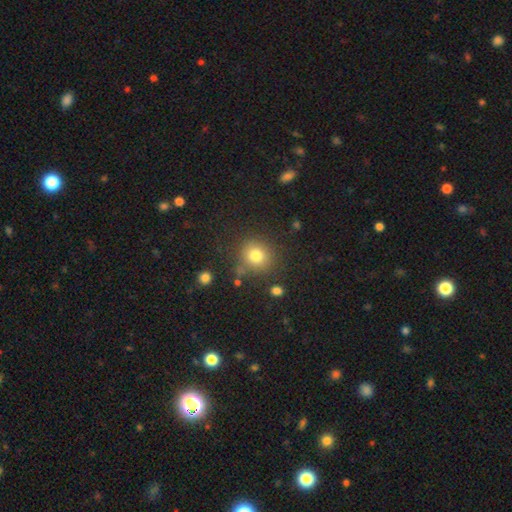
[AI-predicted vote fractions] smooth_or_featured: smooth (p=0.79) [alt: star or artifact p=0.13]
how_rounded: round (p=0.88) [alt: in between p=0.11]
merging: none (p=0.80) [alt: minor disturbance p=0.11]